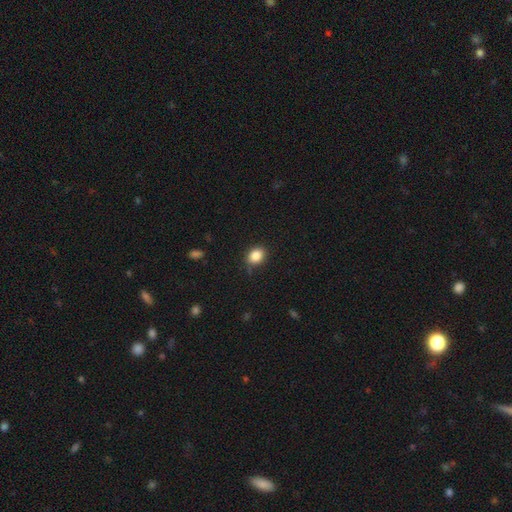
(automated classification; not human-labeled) This is clearly a smooth galaxy (86%). How rounded: possibly in between (51%). Merging: clearly none (82%).